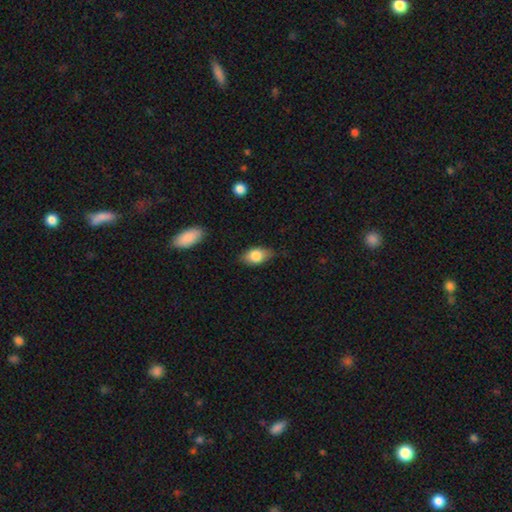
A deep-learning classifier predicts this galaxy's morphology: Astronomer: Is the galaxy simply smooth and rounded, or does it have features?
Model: smooth — 78%.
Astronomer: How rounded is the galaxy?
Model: in between — 88%.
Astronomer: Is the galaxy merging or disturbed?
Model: none — 76%.